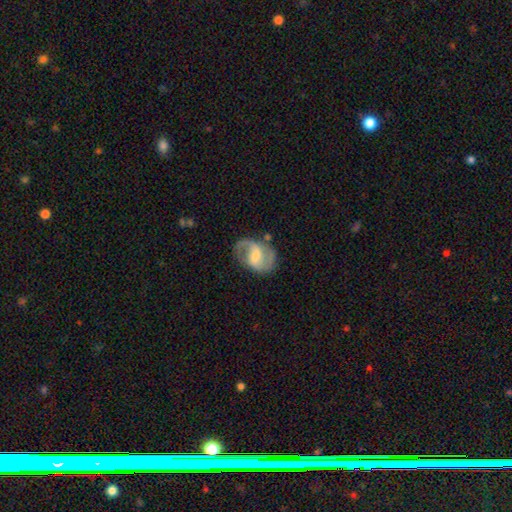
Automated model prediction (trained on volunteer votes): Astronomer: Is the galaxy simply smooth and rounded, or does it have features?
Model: featured or disk — 82%.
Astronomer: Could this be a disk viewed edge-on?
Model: no — 98%.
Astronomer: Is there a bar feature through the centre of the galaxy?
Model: weak — 54%.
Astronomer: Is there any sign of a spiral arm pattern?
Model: yes — 94%.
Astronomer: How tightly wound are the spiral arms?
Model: medium — 52% (runner-up: loose, 33%).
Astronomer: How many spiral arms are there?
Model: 2 — 86%.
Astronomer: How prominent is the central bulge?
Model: moderate — 46% (runner-up: small, 42%).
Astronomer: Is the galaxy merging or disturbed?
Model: none — 69%.